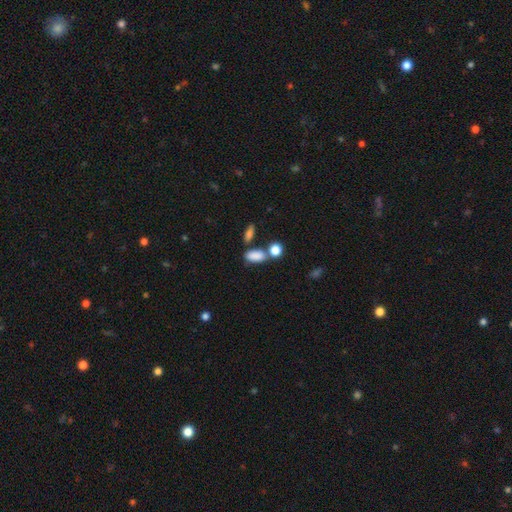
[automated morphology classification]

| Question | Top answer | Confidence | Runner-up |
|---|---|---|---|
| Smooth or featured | smooth | 84% | star or artifact (9%) |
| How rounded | in between | 84% | round (10%) |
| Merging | none | 54% | merger (25%) |